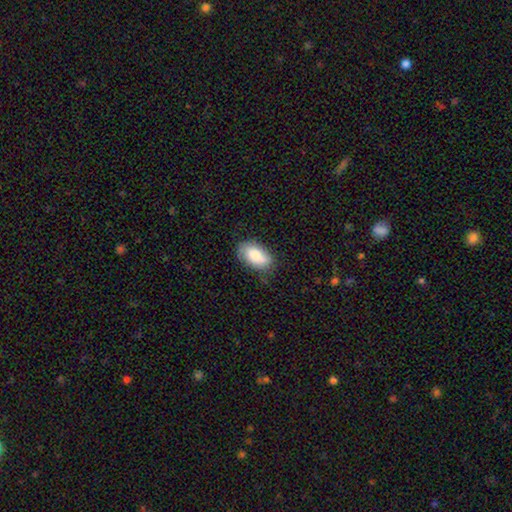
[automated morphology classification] Smooth or featured?
  - smooth: 79% *
  - featured or disk: 14%
  - star or artifact: 7%
How rounded?
  - in between: 93% *
  - round: 5%
  - cigar-shaped: 2%
Merging?
  - none: 75% *
  - minor disturbance: 20%
  - major disturbance: 4%
  - merger: 1%